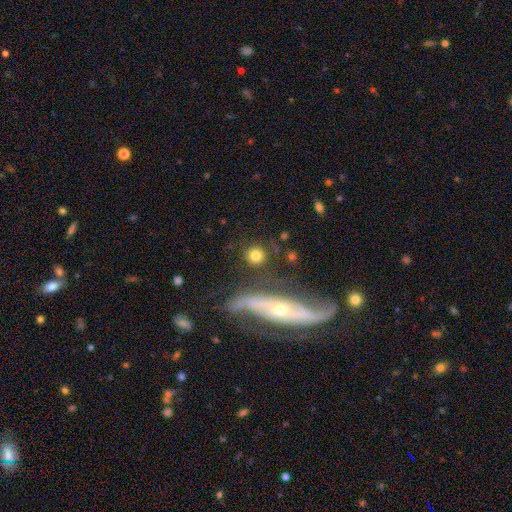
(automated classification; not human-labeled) A smooth galaxy with no disk features (76%) that is round (91%).

Vote fractions:
- Smooth or featured? smooth: 76% / featured or disk: 15% / star or artifact: 9%
- How rounded? round: 91% / in between: 7% / cigar-shaped: 3%
- Merging? none: 78% / minor disturbance: 9% / merger: 8% / major disturbance: 5%